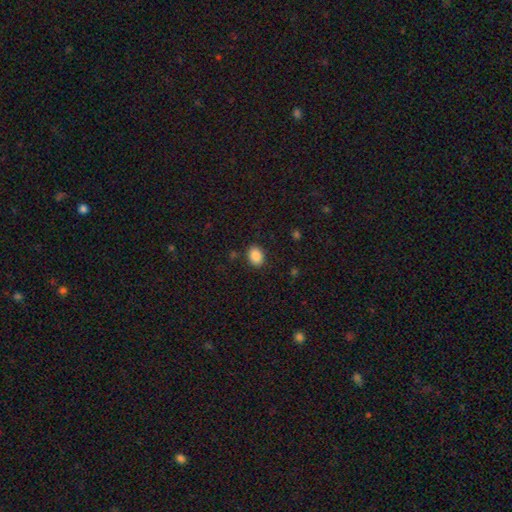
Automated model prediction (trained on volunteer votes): Morphology: type=smooth (87%); roundness=in between (67%); merging=none (88%).